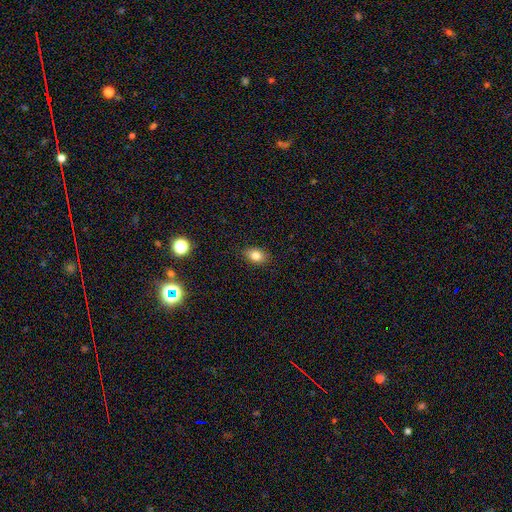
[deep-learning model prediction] Smooth or featured?
  - smooth: 82% *
  - star or artifact: 10%
  - featured or disk: 8%
How rounded?
  - in between: 78% *
  - round: 20%
  - cigar-shaped: 2%
Merging?
  - none: 86% *
  - minor disturbance: 11%
  - major disturbance: 2%
  - merger: 1%